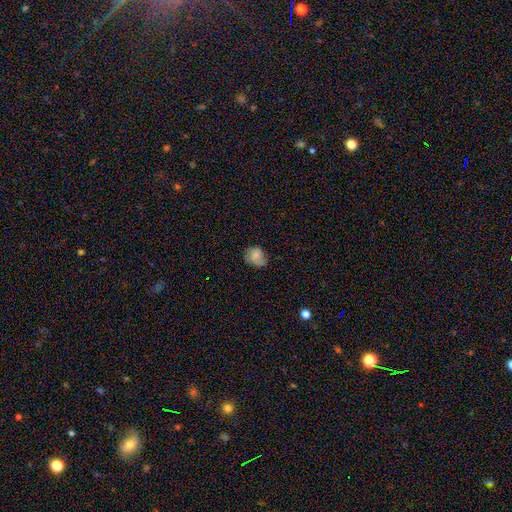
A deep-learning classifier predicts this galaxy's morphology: smooth-or-featured: smooth: 71% | featured or disk: 19% | star or artifact: 9%
  how-rounded: round: 54% | in between: 45% | cigar-shaped: 1%
  merging: none: 56% | minor disturbance: 31% | major disturbance: 11% | merger: 2%